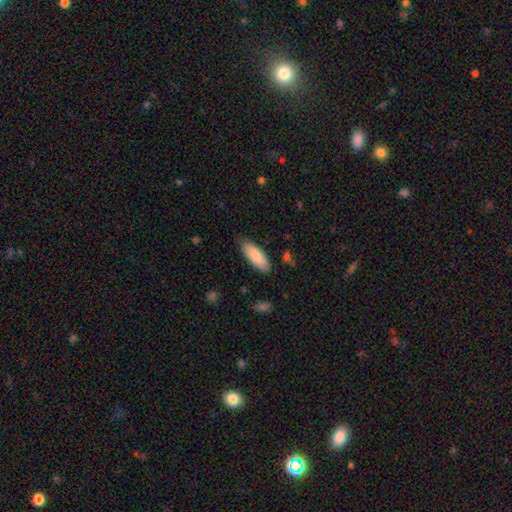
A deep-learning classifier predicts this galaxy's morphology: A smooth galaxy with no disk features (80%) that is in between round and cigar-shaped (74%). Merging: none (81%).